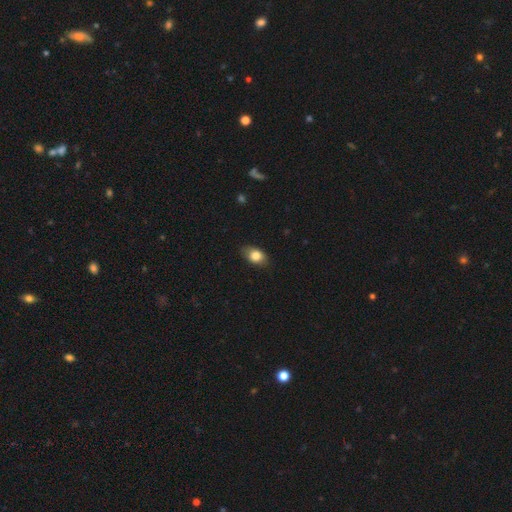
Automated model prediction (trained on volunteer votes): Smooth or featured: smooth — 81% (featured or disk — 11%)
How rounded: in between — 82% (round — 16%)
Merging: none — 78% (minor disturbance — 18%)